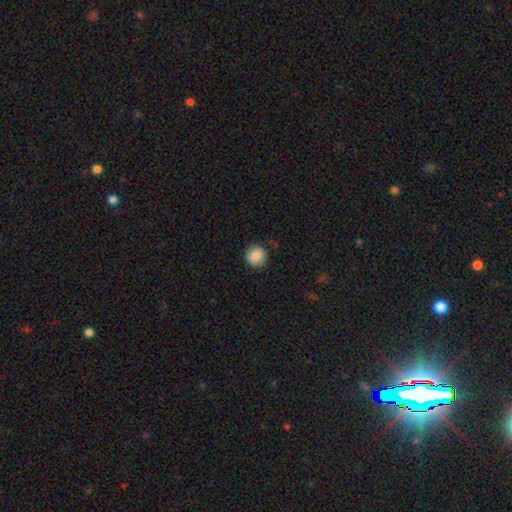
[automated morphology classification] smooth-or-featured: smooth: 86% | star or artifact: 8% | featured or disk: 6%
  how-rounded: round: 89% | in between: 10% | cigar-shaped: 1%
  merging: none: 83% | minor disturbance: 13% | major disturbance: 3% | merger: 1%